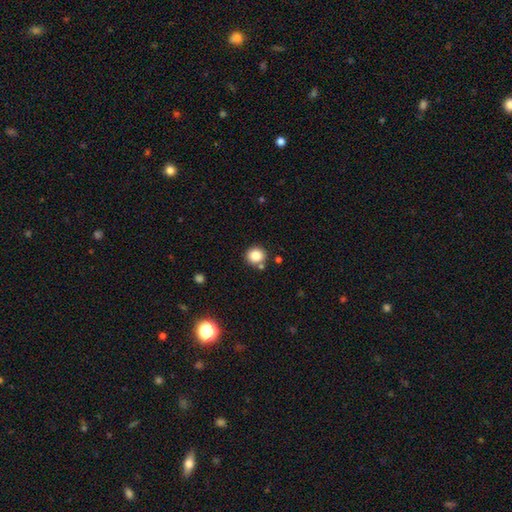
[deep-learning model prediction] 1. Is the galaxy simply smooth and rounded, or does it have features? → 84% smooth, 11% star or artifact, 6% featured or disk.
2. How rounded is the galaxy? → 89% round, 10% in between, 1% cigar-shaped.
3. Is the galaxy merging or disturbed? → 82% none, 8% minor disturbance, 8% merger, 2% major disturbance.